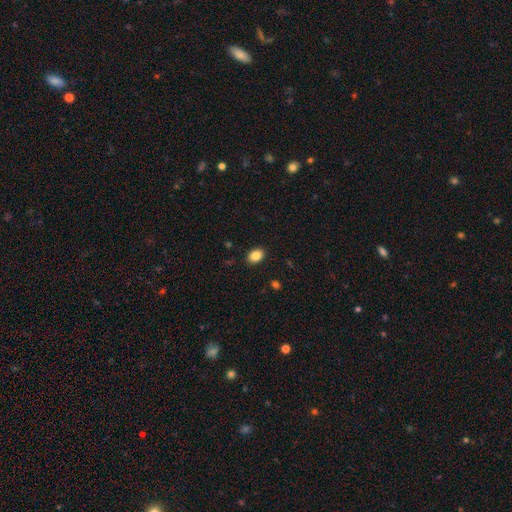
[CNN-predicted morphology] This appears to be a smooth galaxy with no disk features (86%) that is in between round and cigar-shaped (77%). Merging: none (90%).